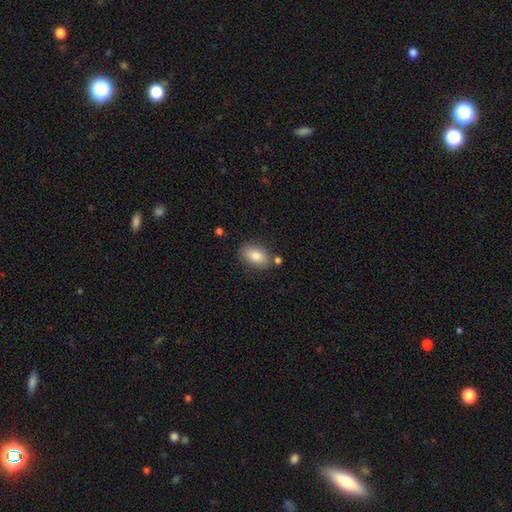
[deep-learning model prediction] smooth_or_featured: smooth (p=0.85) [alt: featured or disk p=0.08]
how_rounded: in between (p=0.91) [alt: round p=0.06]
merging: none (p=0.78) [alt: minor disturbance p=0.13]